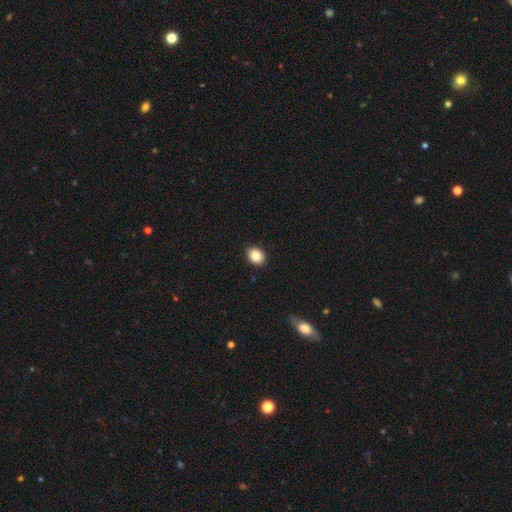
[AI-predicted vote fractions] smooth_or_featured: smooth (p=0.85) [alt: star or artifact p=0.09]
how_rounded: in between (p=0.54) [alt: round p=0.45]
merging: none (p=0.90) [alt: minor disturbance p=0.07]